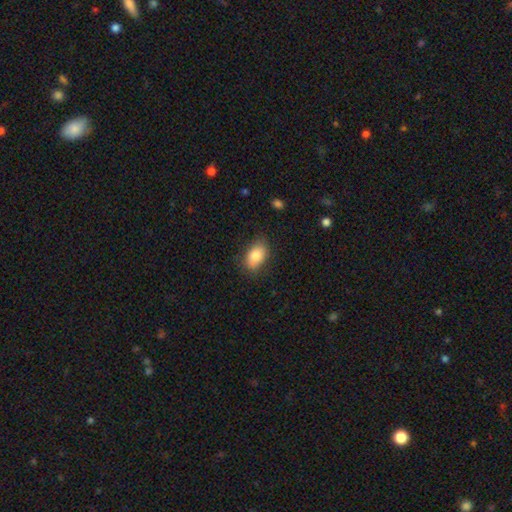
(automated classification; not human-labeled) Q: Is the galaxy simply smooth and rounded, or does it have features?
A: smooth — 82%.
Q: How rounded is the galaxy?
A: in between — 88%.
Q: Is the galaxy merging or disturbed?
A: none — 78%.